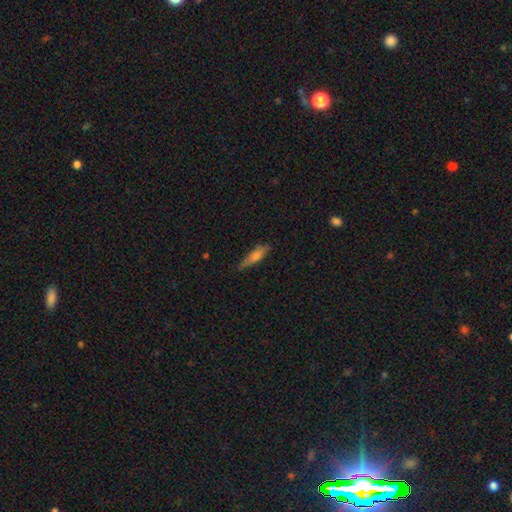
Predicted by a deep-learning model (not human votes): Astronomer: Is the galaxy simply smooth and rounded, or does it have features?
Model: smooth — 58% (runner-up: featured or disk, 34%).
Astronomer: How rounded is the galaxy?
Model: cigar-shaped — 79%.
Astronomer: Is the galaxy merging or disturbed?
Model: none — 78%.